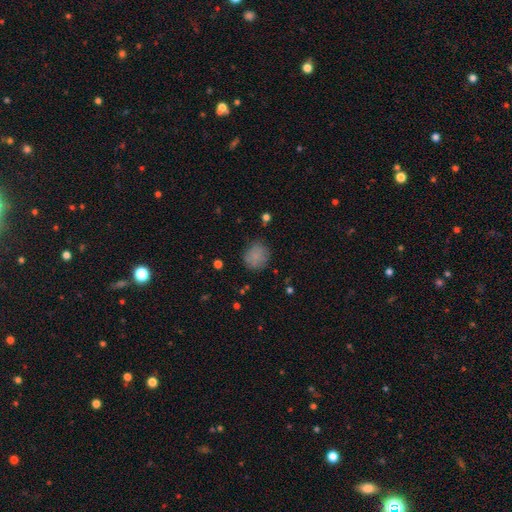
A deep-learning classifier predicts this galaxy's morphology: type=smooth (81%); roundness=round (83%); merging=none (76%).